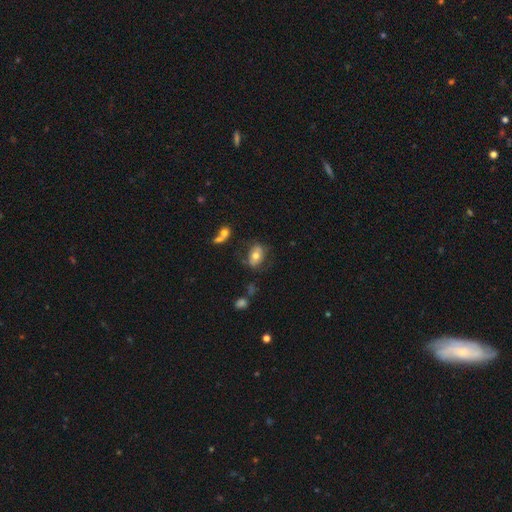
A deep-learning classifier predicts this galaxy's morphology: smooth-or-featured: smooth: 64% | featured or disk: 27% | star or artifact: 9%
  how-rounded: in between: 81% | round: 17% | cigar-shaped: 2%
  merging: none: 65% | minor disturbance: 19% | major disturbance: 9% | merger: 7%